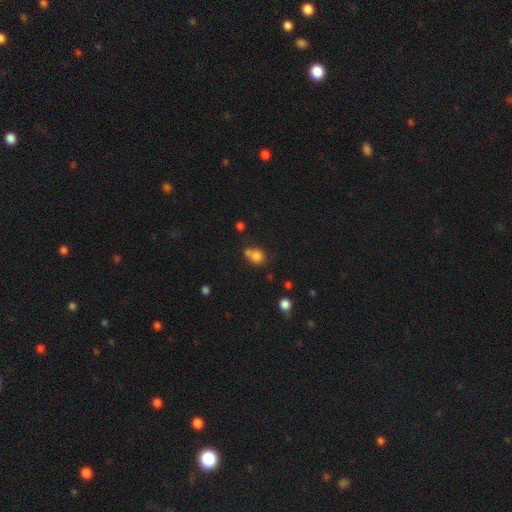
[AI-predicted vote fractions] A smooth galaxy with no disk features (79%) that is round (67%). Merging: none (45%).